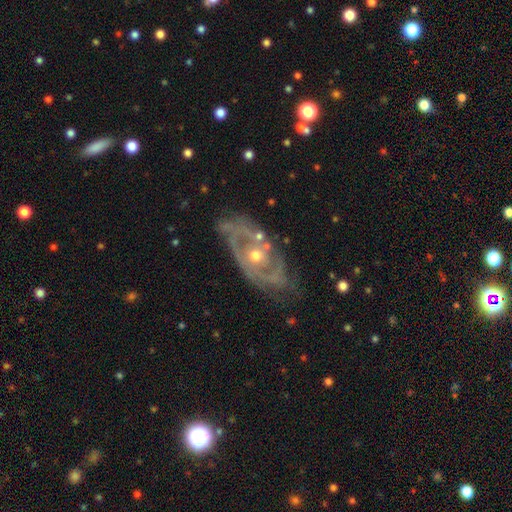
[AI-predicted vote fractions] Smooth or featured? Predicted: featured or disk (p=0.86). Edge-on disk? Predicted: no (p=0.94). Bar? Predicted: no (p=0.79). Spiral arms? Predicted: yes (p=0.84). Spiral winding? Predicted: tight (p=0.58). Spiral arm count? Predicted: 2 (p=0.50). Bulge size? Predicted: moderate (p=0.64). Merging? Predicted: none (p=0.63).